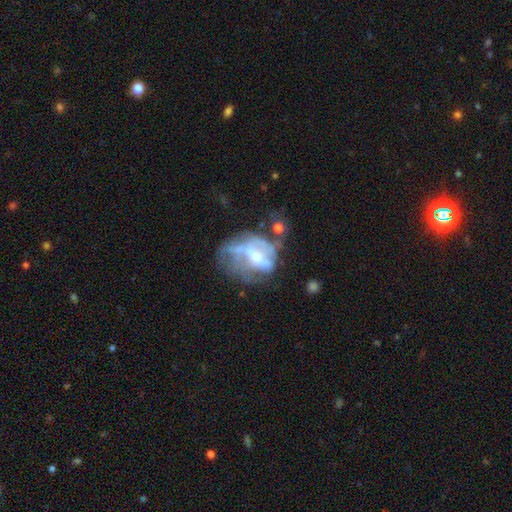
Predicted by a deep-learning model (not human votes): The model was most divided on "bulge size": moderate: 45%, small: 41%, none: 8%, large: 4%, dominant: 1%. Remaining: edge-on disk — no (97%); smooth or featured — featured or disk (67%); spiral arms — no (65%); bar — no (59%); merging — major disturbance (36%).